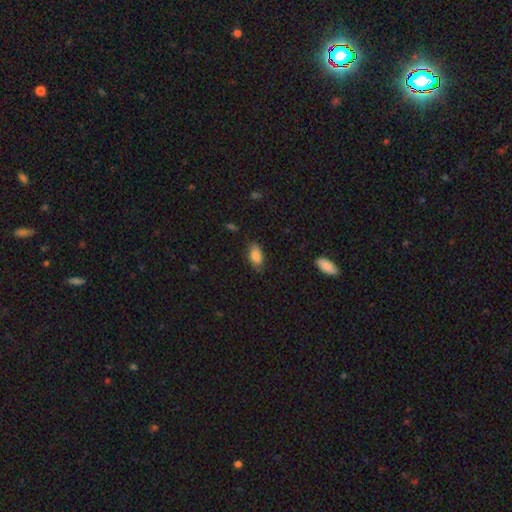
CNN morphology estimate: Smooth or featured? smooth (84%)
How rounded? in between (91%)
Merging? none (76%)